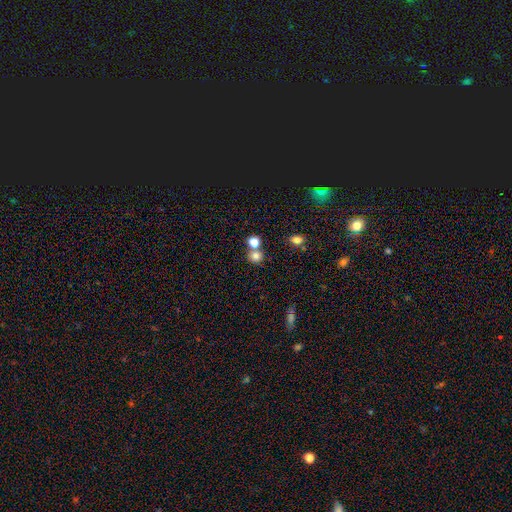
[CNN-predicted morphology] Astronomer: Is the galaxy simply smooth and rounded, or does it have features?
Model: smooth — 78%.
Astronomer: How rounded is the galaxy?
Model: round — 83%.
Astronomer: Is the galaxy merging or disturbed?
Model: none — 56% (runner-up: merger, 33%).